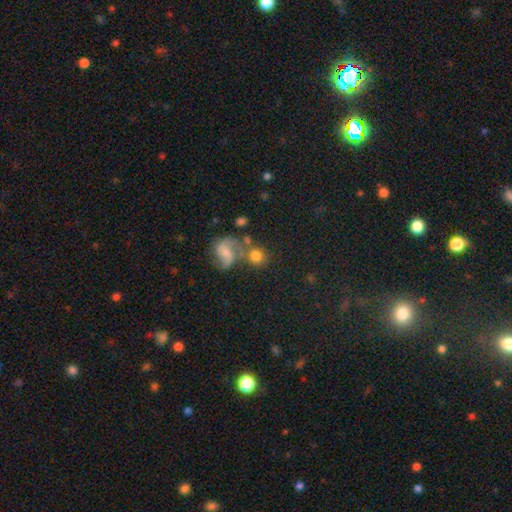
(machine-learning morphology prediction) Q: Smooth or featured?
A: smooth (68%); runner-up: featured or disk (20%)
Q: How rounded?
A: round (81%); runner-up: in between (18%)
Q: Merging?
A: none (52%); runner-up: merger (28%)